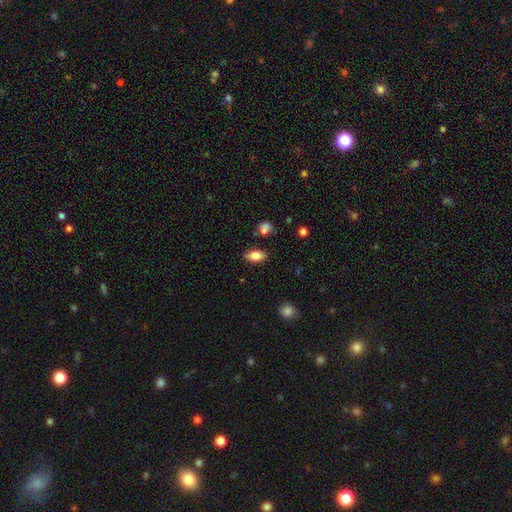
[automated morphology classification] Smooth or featured?
  - smooth: 80% *
  - featured or disk: 11%
  - star or artifact: 8%
How rounded?
  - in between: 89% *
  - cigar-shaped: 7%
  - round: 4%
Merging?
  - none: 84% *
  - minor disturbance: 11%
  - merger: 3%
  - major disturbance: 2%